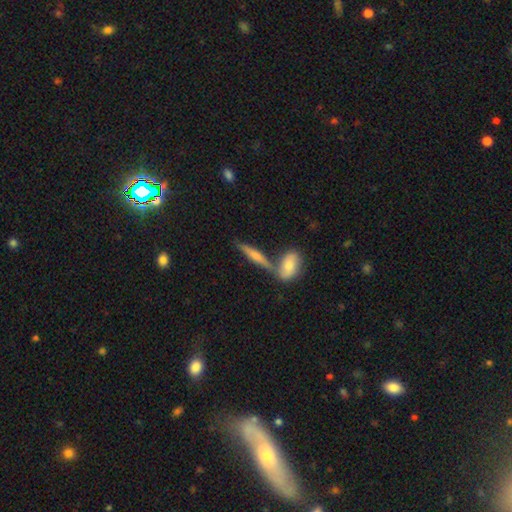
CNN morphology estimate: This is possibly a smooth galaxy (51%). How rounded: likely cigar-shaped (74%). Merging: possibly none (55%).